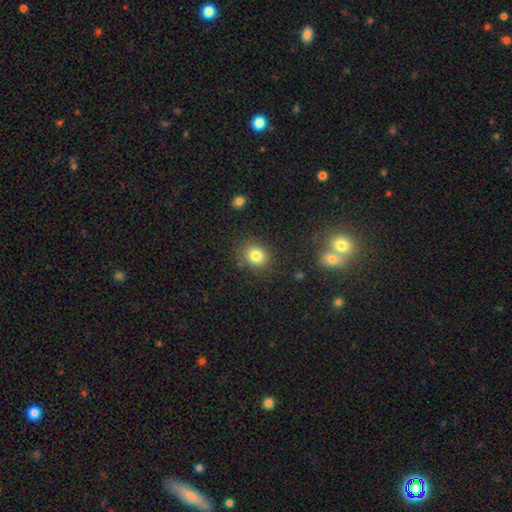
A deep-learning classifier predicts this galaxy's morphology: A smooth galaxy with no disk features (81%) that is round (76%). Merging: none (84%).